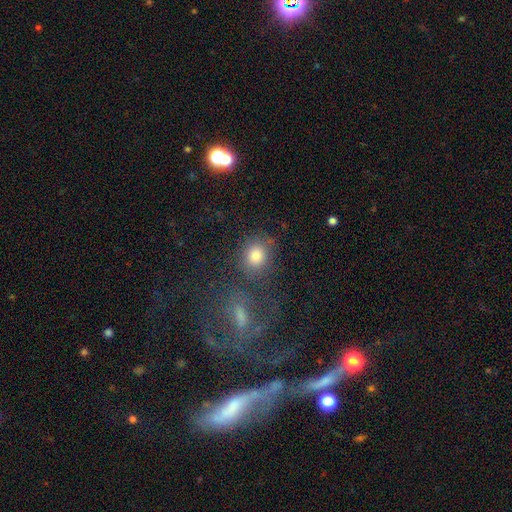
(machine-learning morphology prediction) smooth-or-featured: smooth: 79% | star or artifact: 13% | featured or disk: 8%
  how-rounded: round: 63% | in between: 35% | cigar-shaped: 2%
  merging: none: 68% | minor disturbance: 13% | merger: 12% | major disturbance: 7%